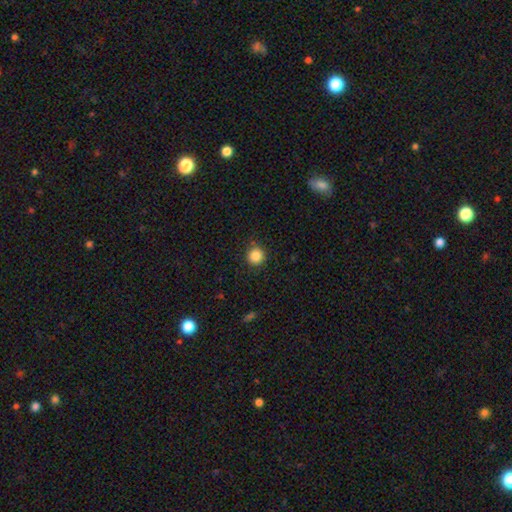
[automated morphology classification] smooth 85%, star or artifact 10%, featured or disk 4%. Down the decision tree: how rounded — round (94%); merging — none (89%).